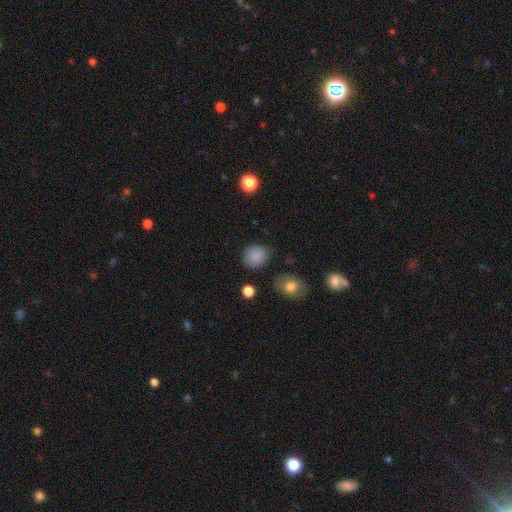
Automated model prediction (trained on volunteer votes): smooth 86%, star or artifact 9%, featured or disk 5%. Down the decision tree: how rounded — round (73%); merging — none (80%).